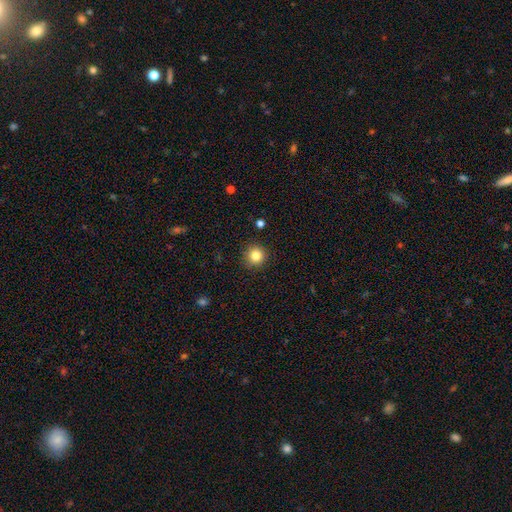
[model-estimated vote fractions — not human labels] A smooth galaxy with no disk features (84%) that is round (94%).

Vote fractions:
- Smooth or featured? smooth: 84% / star or artifact: 11% / featured or disk: 5%
- How rounded? round: 94% / in between: 5% / cigar-shaped: 1%
- Merging? none: 90% / minor disturbance: 7% / major disturbance: 2% / merger: 1%